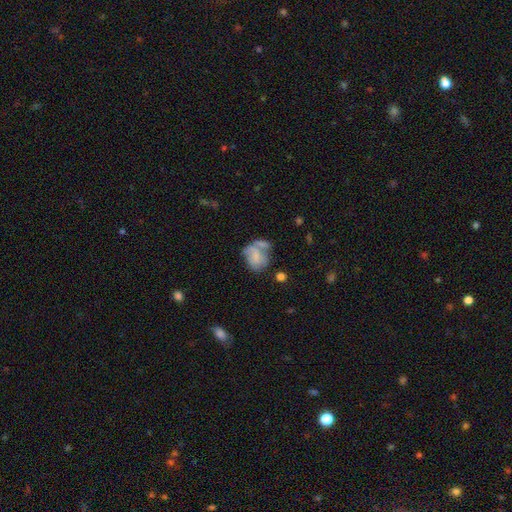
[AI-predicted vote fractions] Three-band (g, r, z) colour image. It shows a smooth galaxy with no disk features (62%) that is in between round and cigar-shaped (58%). Merging: merger (30%).